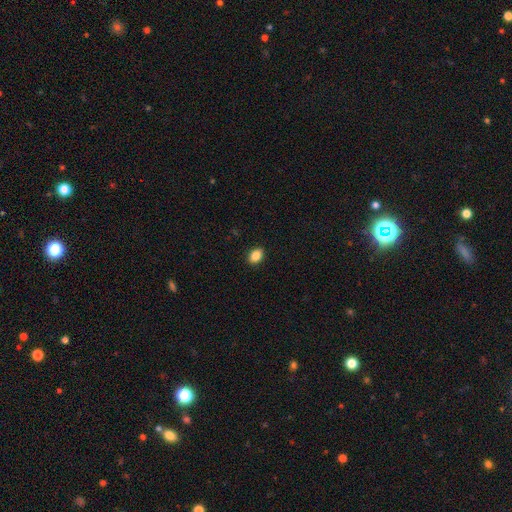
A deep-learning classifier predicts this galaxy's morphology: Overall: smooth (87%). How rounded: in between (78%). Merging: none (90%).